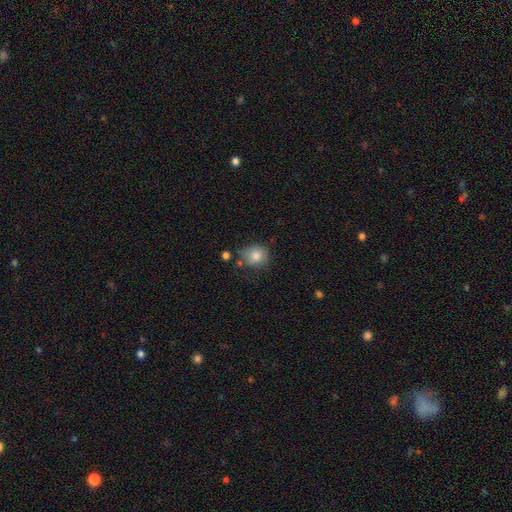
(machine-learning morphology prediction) smooth-or-featured: smooth: 82% | star or artifact: 9% | featured or disk: 9%
  how-rounded: round: 80% | in between: 19% | cigar-shaped: 1%
  merging: none: 67% | minor disturbance: 22% | major disturbance: 6% | merger: 6%